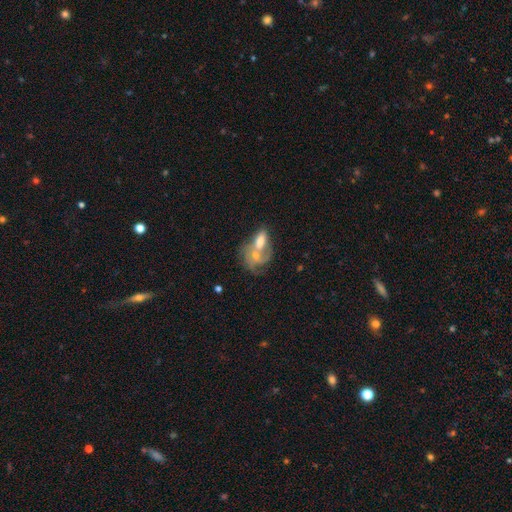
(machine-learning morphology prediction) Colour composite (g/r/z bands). It shows a featured or disk galaxy (52%). Merging: merger (60%).